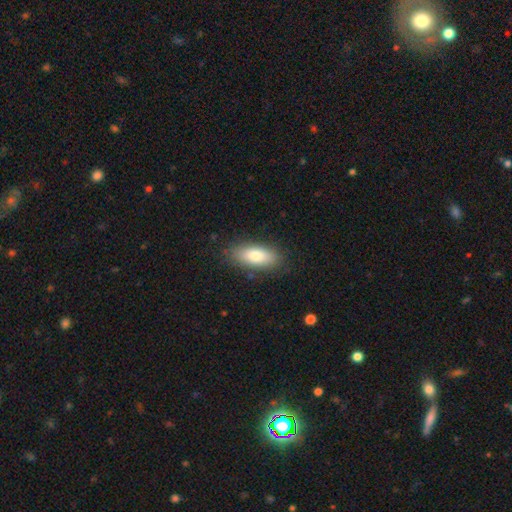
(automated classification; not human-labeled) smooth 78%, featured or disk 15%, star or artifact 7%. Down the decision tree: how rounded — in between (80%); merging — none (85%).